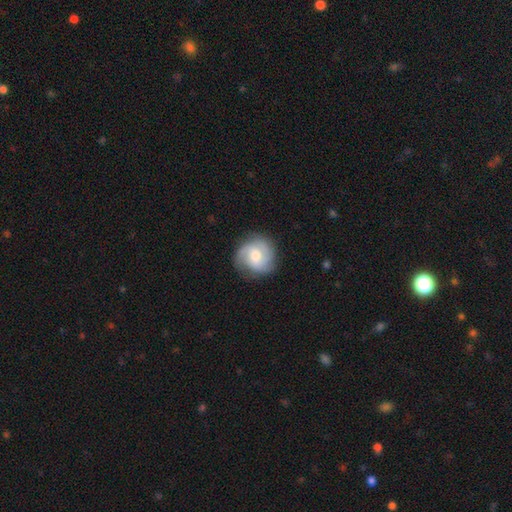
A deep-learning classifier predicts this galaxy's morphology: Smooth or featured? Predicted: featured or disk (p=0.63). Edge-on disk? Predicted: no (p=0.98). Bar? Predicted: no (p=0.60). Spiral arms? Predicted: yes (p=0.91). Spiral winding? Predicted: medium (p=0.44). Spiral arm count? Predicted: 3 (p=0.45). Bulge size? Predicted: moderate (p=0.67). Merging? Predicted: none (p=0.76).